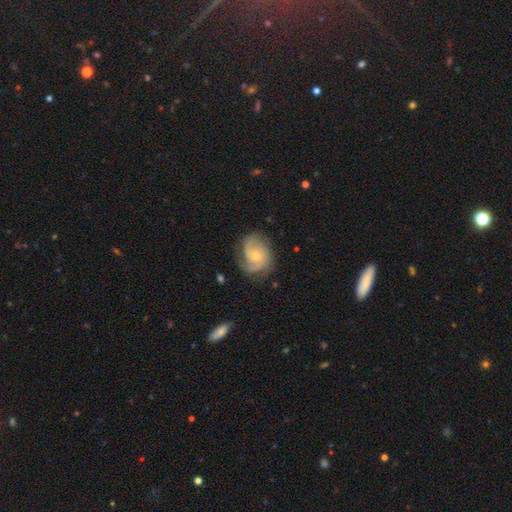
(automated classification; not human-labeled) Q: Smooth or featured?
A: featured or disk (76%); runner-up: smooth (17%)
Q: Edge-on disk?
A: no (97%); runner-up: yes (3%)
Q: Bar?
A: no (74%); runner-up: weak (22%)
Q: Spiral arms?
A: yes (94%); runner-up: no (6%)
Q: Spiral winding?
A: tight (42%); runner-up: medium (41%)
Q: Spiral arm count?
A: 2 (47%); runner-up: 3 (19%)
Q: Bulge size?
A: small (67%); runner-up: moderate (29%)
Q: Merging?
A: none (68%); runner-up: minor disturbance (21%)